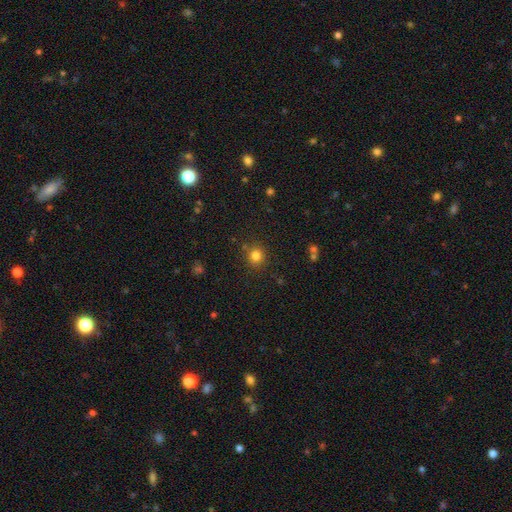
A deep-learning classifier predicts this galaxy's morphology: Smooth or featured: smooth — 81% (star or artifact — 14%)
How rounded: round — 88% (in between — 11%)
Merging: none — 86% (minor disturbance — 8%)